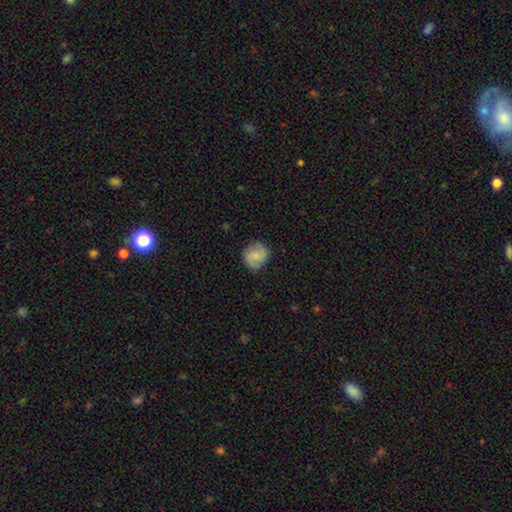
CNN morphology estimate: Smooth or featured: featured or disk — 49% (smooth — 43%)
Merging: none — 80% (minor disturbance — 15%)